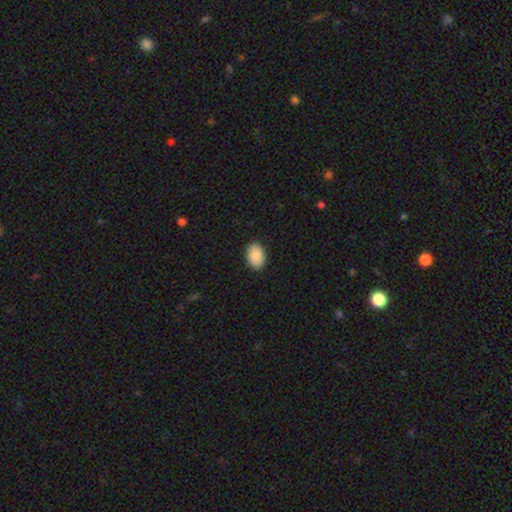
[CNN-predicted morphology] A smooth galaxy with no disk features (89%) that is in between round and cigar-shaped (84%).

Vote fractions:
- Smooth or featured? smooth: 89% / star or artifact: 6% / featured or disk: 4%
- How rounded? in between: 84% / round: 15% / cigar-shaped: 1%
- Merging? none: 89% / minor disturbance: 8% / major disturbance: 2% / merger: 1%